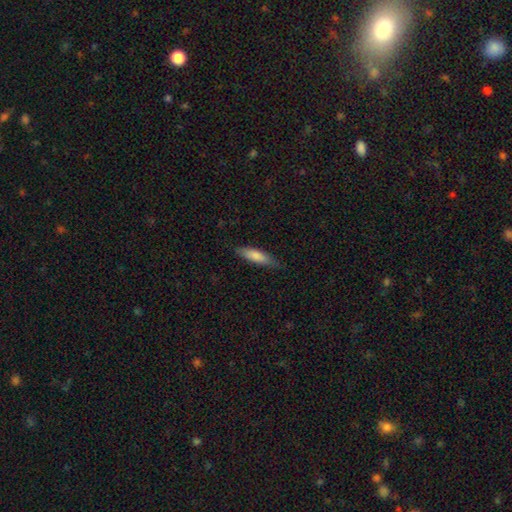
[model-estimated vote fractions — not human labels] Smooth or featured?
  - smooth: 81% *
  - featured or disk: 14%
  - star or artifact: 6%
How rounded?
  - cigar-shaped: 63% *
  - in between: 36%
  - round: 1%
Merging?
  - none: 79% *
  - minor disturbance: 17%
  - major disturbance: 3%
  - merger: 1%